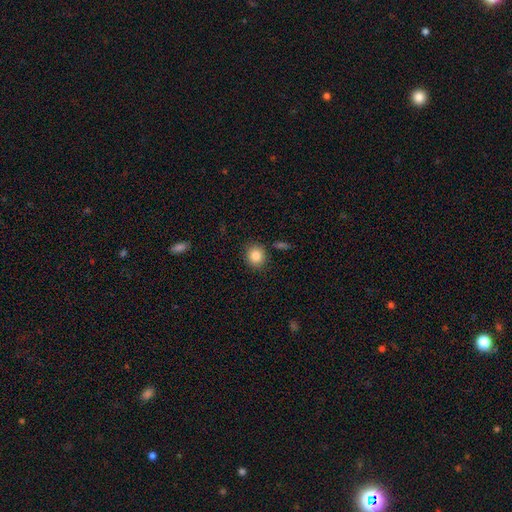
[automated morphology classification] Smooth or featured: smooth — 84% (star or artifact — 9%)
How rounded: round — 80% (in between — 19%)
Merging: none — 86% (minor disturbance — 8%)